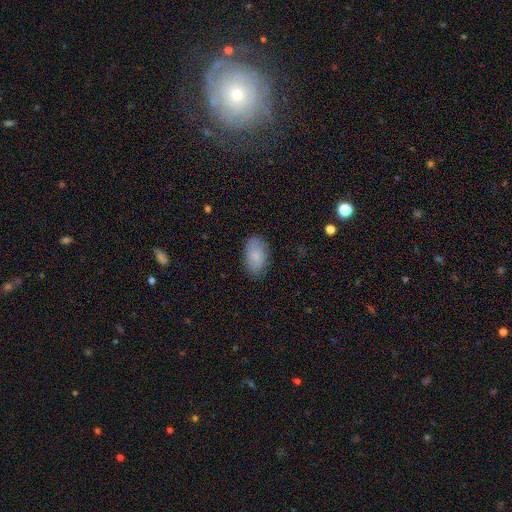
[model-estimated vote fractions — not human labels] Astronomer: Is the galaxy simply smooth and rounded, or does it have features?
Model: smooth — 79%.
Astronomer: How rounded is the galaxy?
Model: in between — 92%.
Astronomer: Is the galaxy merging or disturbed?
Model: none — 80%.